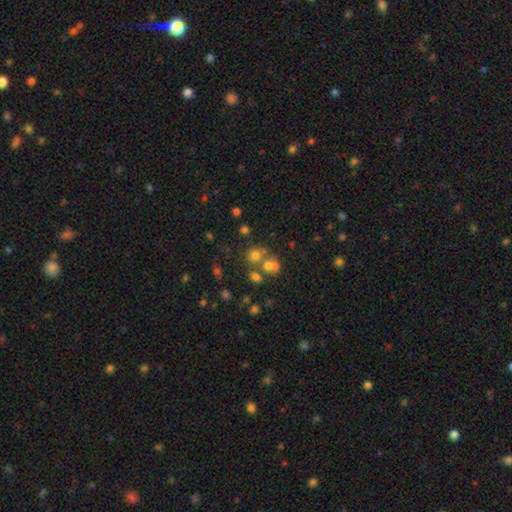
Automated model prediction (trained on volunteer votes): Overall: smooth (58%; star or artifact 26%). How rounded: round (82%). Merging: none (51%; merger 38%).